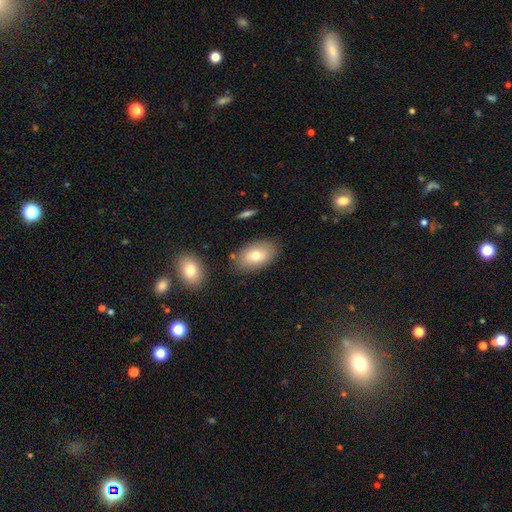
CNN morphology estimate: This appears to be a smooth galaxy with no disk features (73%) that is in between round and cigar-shaped (90%). Merging: none (80%).